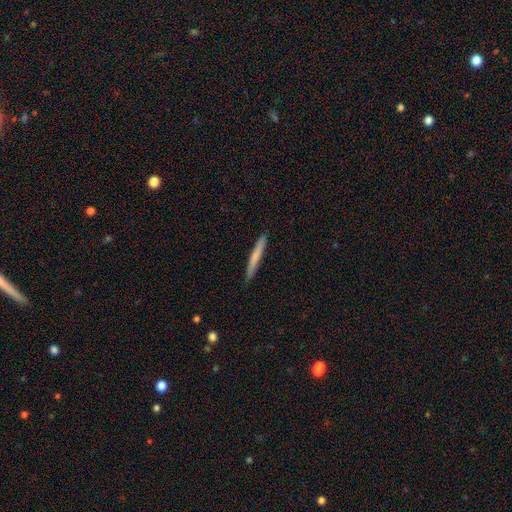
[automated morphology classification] smooth_or_featured: smooth (p=0.68) [alt: featured or disk p=0.26]
how_rounded: cigar-shaped (p=0.96) [alt: in between p=0.02]
merging: none (p=0.90) [alt: minor disturbance p=0.08]